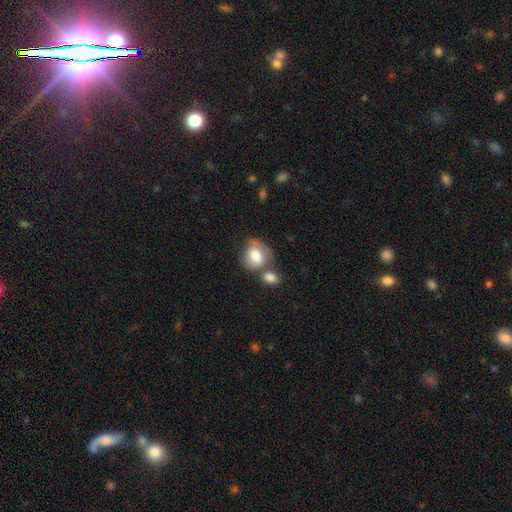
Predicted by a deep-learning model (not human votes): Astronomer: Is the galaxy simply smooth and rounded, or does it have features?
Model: smooth — 72%.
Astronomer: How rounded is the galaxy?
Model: round — 51% (runner-up: in between, 47%).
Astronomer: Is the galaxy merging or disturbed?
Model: merger — 40% (runner-up: none, 34%).